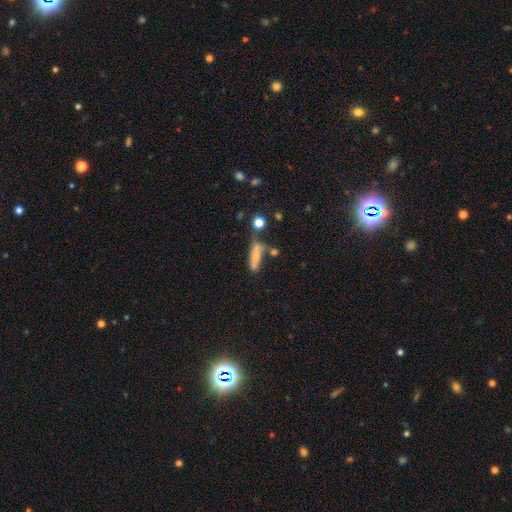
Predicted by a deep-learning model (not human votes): A smooth galaxy with no disk features (67%) that is cigar-shaped (72%). Merging: none (48%).